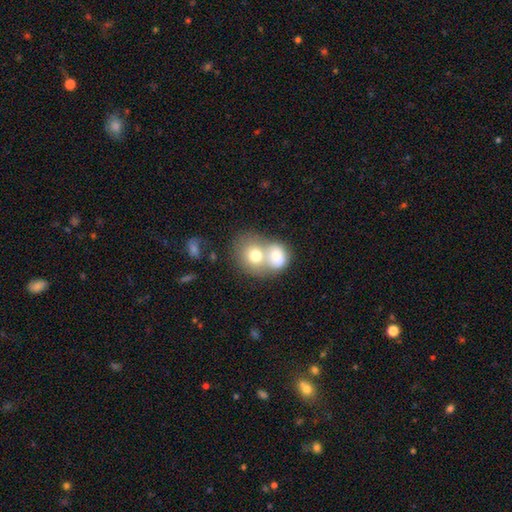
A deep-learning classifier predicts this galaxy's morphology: smooth_or_featured: smooth (p=0.71) [alt: featured or disk p=0.20]
how_rounded: round (p=0.65) [alt: in between p=0.34]
merging: merger (p=0.68) [alt: none p=0.22]